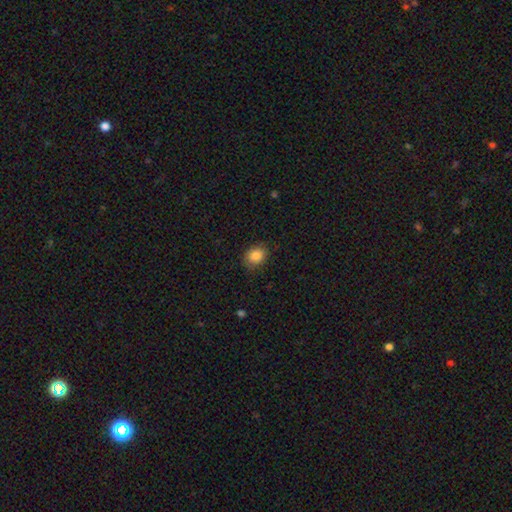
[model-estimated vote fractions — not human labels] Q: Smooth or featured?
A: smooth (86%); runner-up: star or artifact (9%)
Q: How rounded?
A: in between (56%); runner-up: round (43%)
Q: Merging?
A: none (83%); runner-up: minor disturbance (13%)